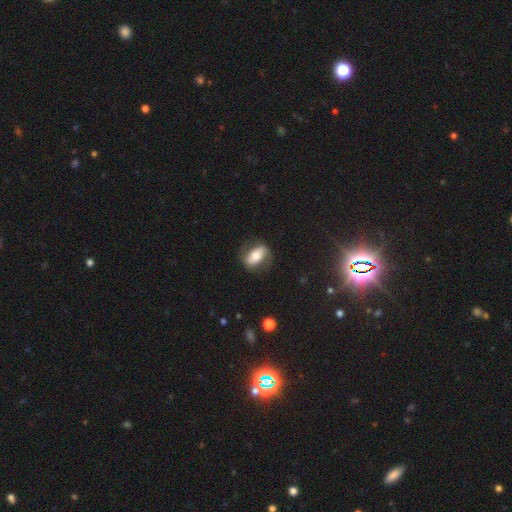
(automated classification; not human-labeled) Q: Smooth or featured?
A: smooth (50%); runner-up: featured or disk (42%)
Q: How rounded?
A: in between (82%); runner-up: round (12%)
Q: Merging?
A: none (73%); runner-up: minor disturbance (18%)